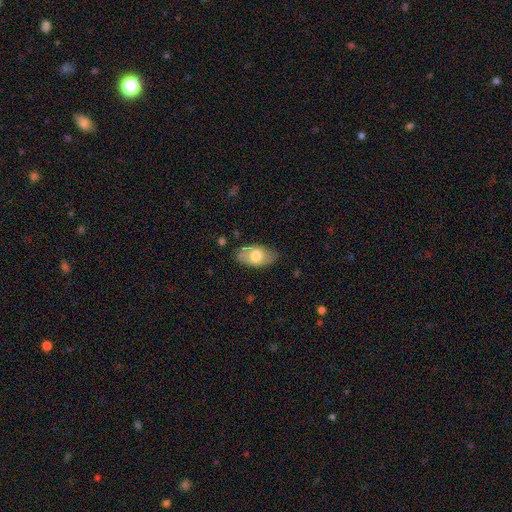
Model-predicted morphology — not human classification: This is likely a smooth galaxy (65%). How rounded: clearly in between (94%). Merging: likely none (79%).